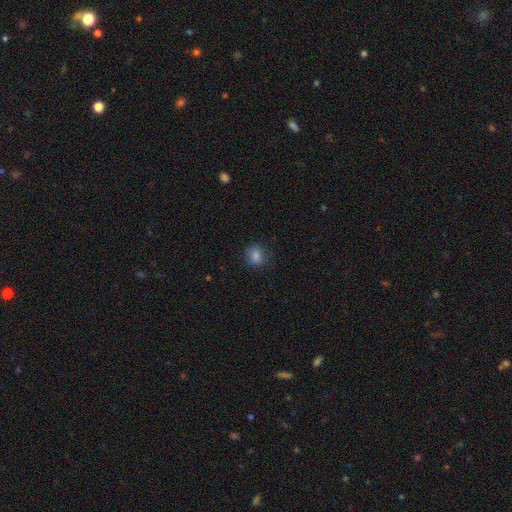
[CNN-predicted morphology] smooth-or-featured: smooth: 80% | star or artifact: 13% | featured or disk: 7%
  how-rounded: round: 70% | in between: 29% | cigar-shaped: 1%
  merging: none: 83% | minor disturbance: 13% | major disturbance: 3% | merger: 1%